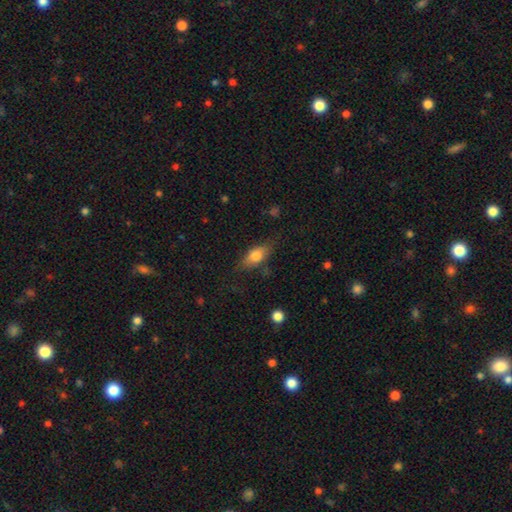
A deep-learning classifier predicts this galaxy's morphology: Q: Smooth or featured?
A: smooth (72%); runner-up: featured or disk (20%)
Q: How rounded?
A: in between (81%); runner-up: cigar-shaped (13%)
Q: Merging?
A: none (72%); runner-up: minor disturbance (20%)